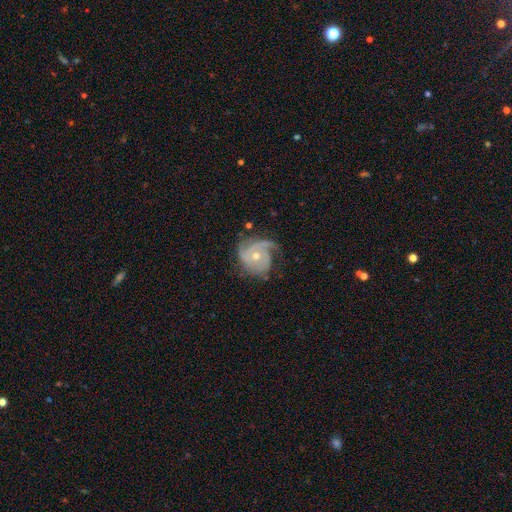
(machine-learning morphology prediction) This appears to be a featured or disk galaxy (83%) with no bar (78%), 3 (38%) tight (46%) spiral arms (95%) and a small central bulge (49%). Merging: none (56%).